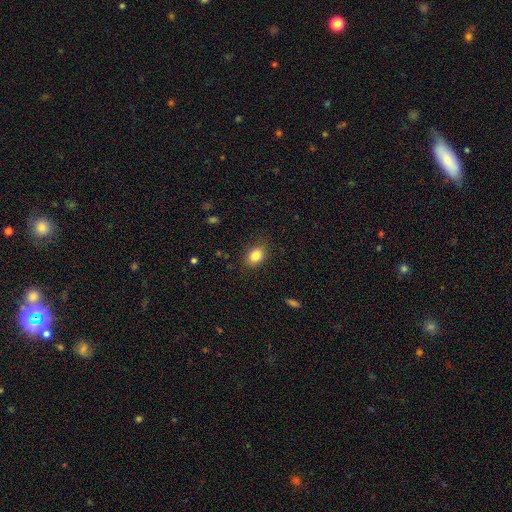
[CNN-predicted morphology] smooth-or-featured: smooth: 84% | star or artifact: 9% | featured or disk: 7%
  how-rounded: in between: 72% | round: 27% | cigar-shaped: 1%
  merging: none: 84% | minor disturbance: 12% | major disturbance: 3% | merger: 1%